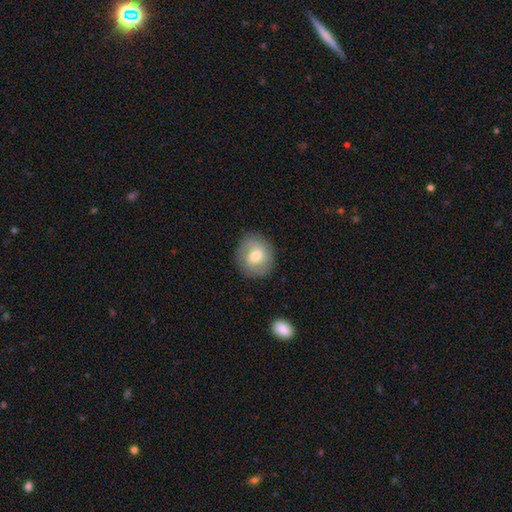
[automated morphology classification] The model was most divided on "smooth or featured": smooth: 54%, featured or disk: 39%, star or artifact: 7%. More confident: merging — none (85%); how rounded — round (83%).